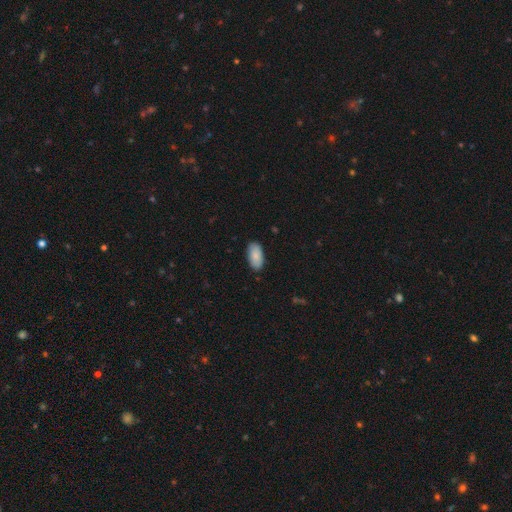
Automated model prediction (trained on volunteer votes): Smooth or featured: smooth — 86% (featured or disk — 8%)
How rounded: in between — 95% (cigar-shaped — 3%)
Merging: none — 86% (minor disturbance — 11%)